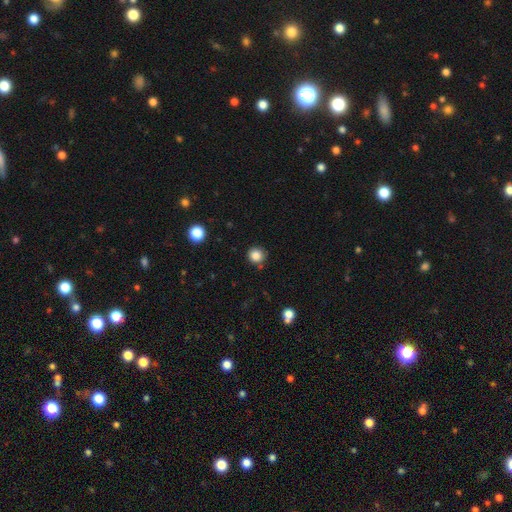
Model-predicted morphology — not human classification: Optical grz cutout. It shows a smooth galaxy with no disk features (84%) that is round (93%). Merging: none (84%).